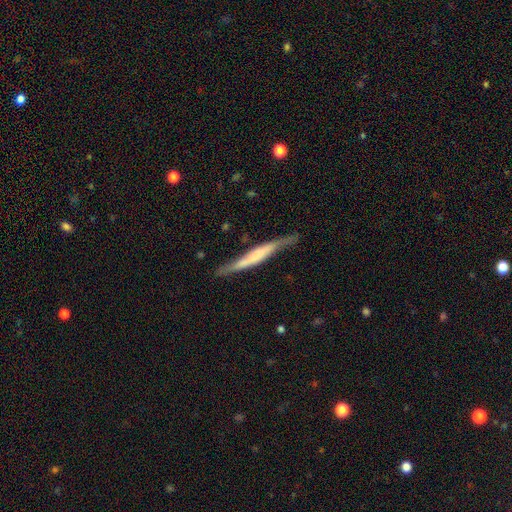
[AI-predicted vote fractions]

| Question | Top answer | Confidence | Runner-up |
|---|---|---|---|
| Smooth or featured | featured or disk | 62% | smooth (32%) |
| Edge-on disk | yes | 88% | no (12%) |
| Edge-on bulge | boxy | 39% | none (37%) |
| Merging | none | 68% | minor disturbance (23%) |